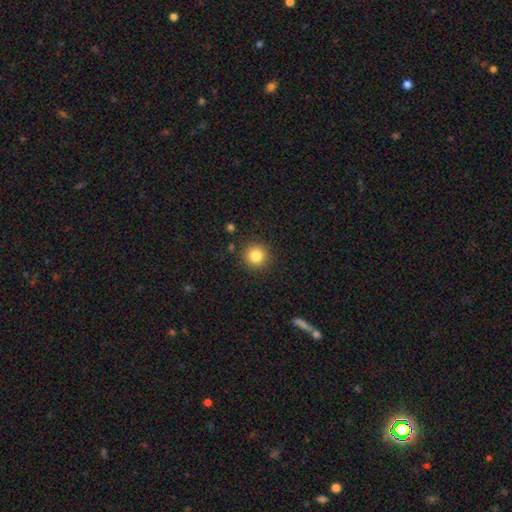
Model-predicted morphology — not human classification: smooth_or_featured: smooth (p=0.83) [alt: star or artifact p=0.11]
how_rounded: round (p=0.95) [alt: in between p=0.04]
merging: none (p=0.90) [alt: minor disturbance p=0.06]